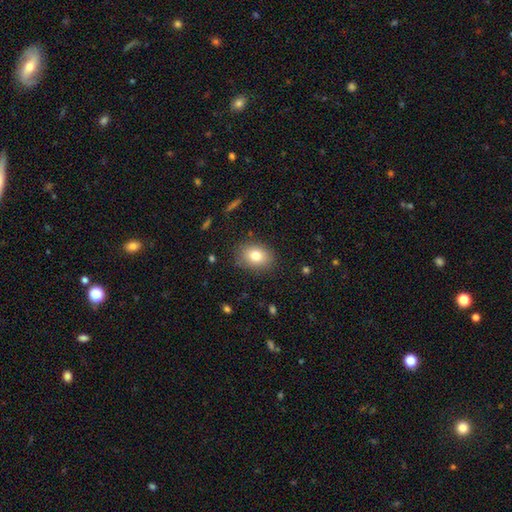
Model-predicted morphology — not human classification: This is likely a smooth galaxy (78%). How rounded: likely in between (63%). Merging: clearly none (85%).